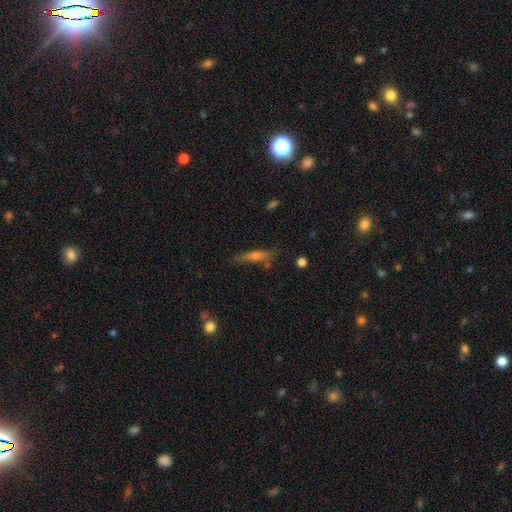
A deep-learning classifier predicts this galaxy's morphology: smooth-or-featured: smooth: 55% | featured or disk: 31% | star or artifact: 13%
  how-rounded: cigar-shaped: 76% | in between: 21% | round: 3%
  merging: none: 70% | minor disturbance: 19% | major disturbance: 6% | merger: 5%